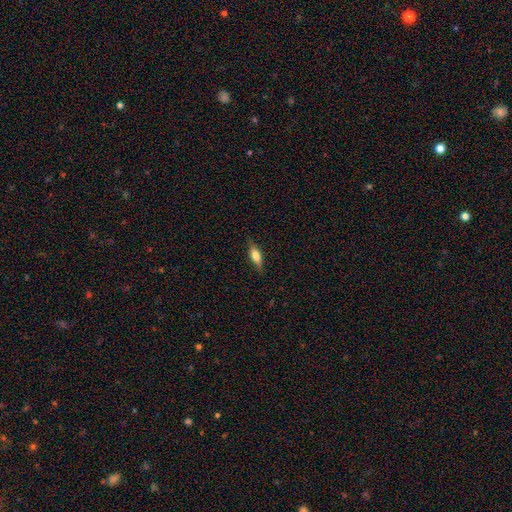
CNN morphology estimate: Smooth or featured? smooth (50%)
How rounded? cigar-shaped (50%)
Merging? none (85%)